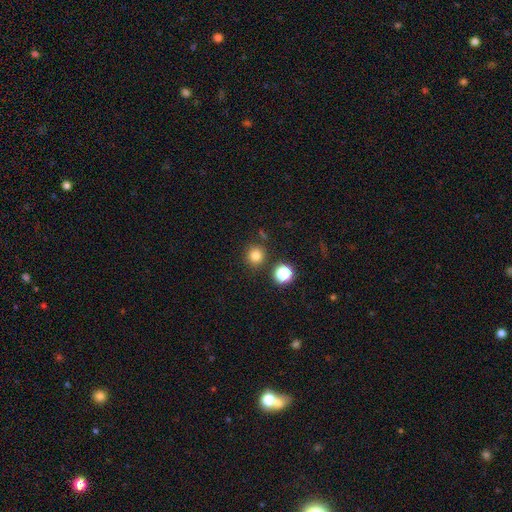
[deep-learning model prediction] This appears to be a smooth galaxy with no disk features (80%) that is round (93%). Merging: none (84%).